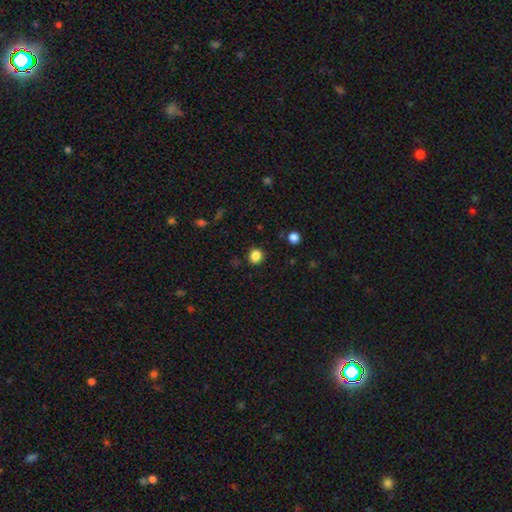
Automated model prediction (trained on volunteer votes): Smooth or featured? Predicted: smooth (p=0.85). How rounded? Predicted: round (p=0.83). Merging? Predicted: none (p=0.89).